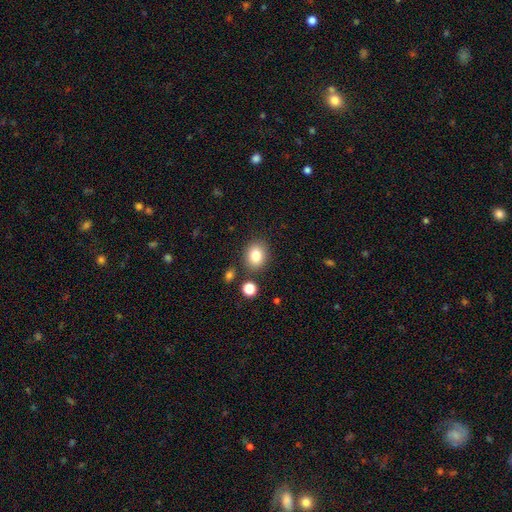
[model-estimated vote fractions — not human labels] Morphology: type=smooth (81%); roundness=round (55%); merging=none (82%).